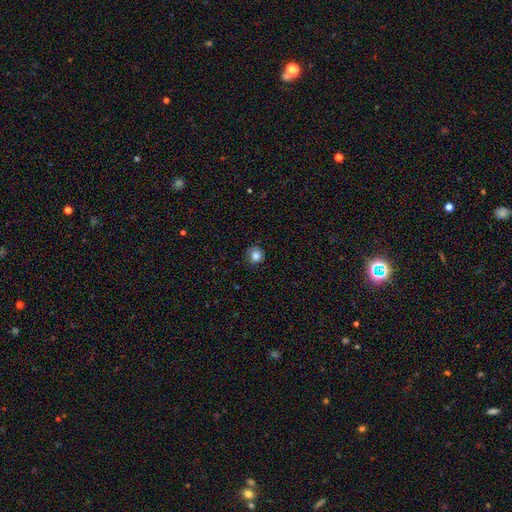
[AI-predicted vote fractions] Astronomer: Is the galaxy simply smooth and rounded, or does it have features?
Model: smooth — 84%.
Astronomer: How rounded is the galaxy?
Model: round — 90%.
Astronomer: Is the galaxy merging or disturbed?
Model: none — 84%.